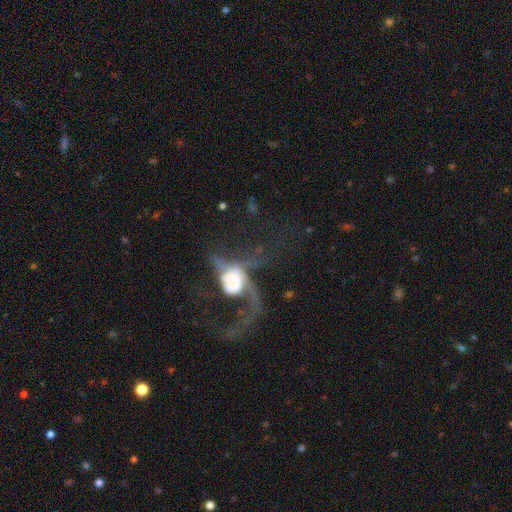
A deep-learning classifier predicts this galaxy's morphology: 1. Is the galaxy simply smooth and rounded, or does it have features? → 70% featured or disk, 18% smooth, 12% star or artifact.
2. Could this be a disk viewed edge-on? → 95% no, 5% yes.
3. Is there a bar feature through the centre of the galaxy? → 70% no, 22% weak, 8% strong.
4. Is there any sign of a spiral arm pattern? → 73% yes, 27% no.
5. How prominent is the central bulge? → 35% moderate, 34% large, 14% small, 11% dominant, 6% none.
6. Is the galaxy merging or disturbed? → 59% major disturbance, 23% none, 10% minor disturbance, 9% merger.